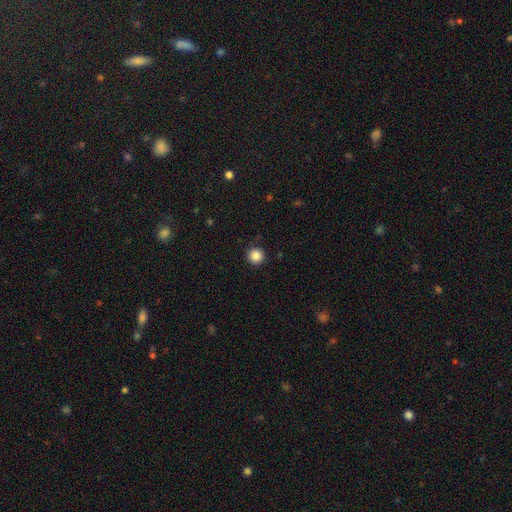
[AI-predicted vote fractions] A smooth galaxy with no disk features (86%) that is round (96%).

Vote fractions:
- Smooth or featured? smooth: 86% / star or artifact: 10% / featured or disk: 3%
- How rounded? round: 96% / in between: 3% / cigar-shaped: 1%
- Merging? none: 91% / minor disturbance: 6% / major disturbance: 2% / merger: 1%